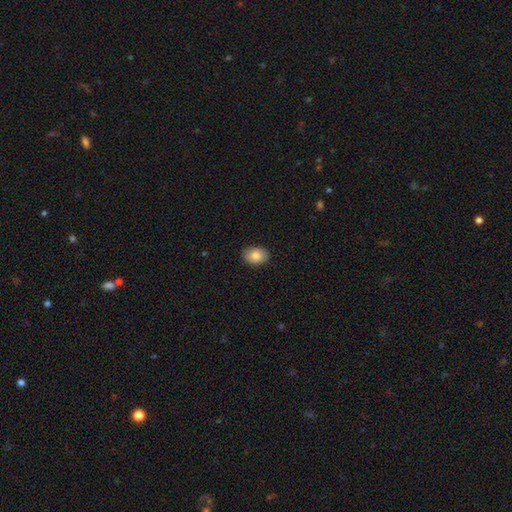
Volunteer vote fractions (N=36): Morphology: type=smooth (92%); roundness=in between (73%); merging=none (94%).